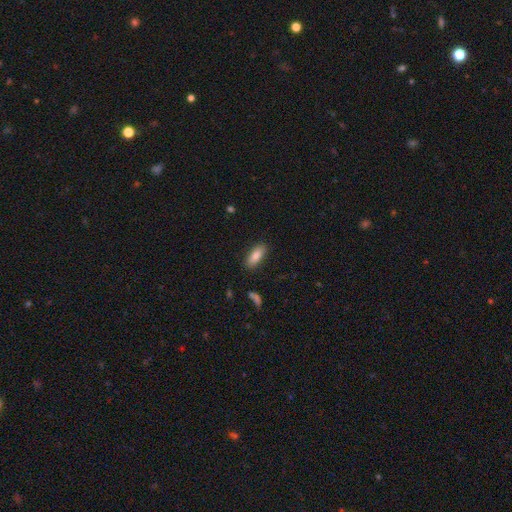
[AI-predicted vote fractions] A smooth galaxy with no disk features (85%) that is in between round and cigar-shaped (76%).

Vote fractions:
- Smooth or featured? smooth: 85% / featured or disk: 8% / star or artifact: 7%
- How rounded? in between: 76% / cigar-shaped: 22% / round: 2%
- Merging? none: 87% / minor disturbance: 9% / major disturbance: 2% / merger: 2%